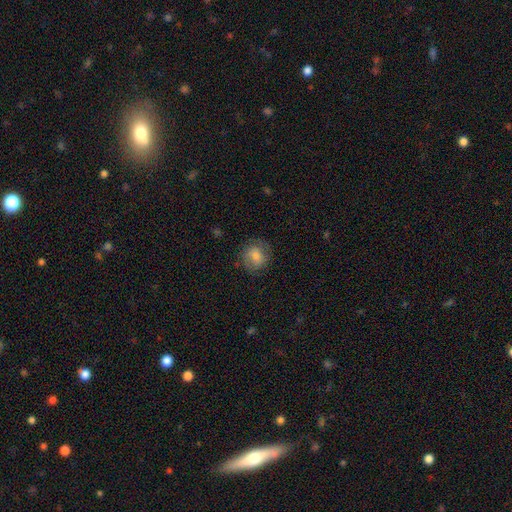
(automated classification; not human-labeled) smooth 55%, featured or disk 34%, star or artifact 10%. Down the decision tree: how rounded — round (77%); merging — none (78%).